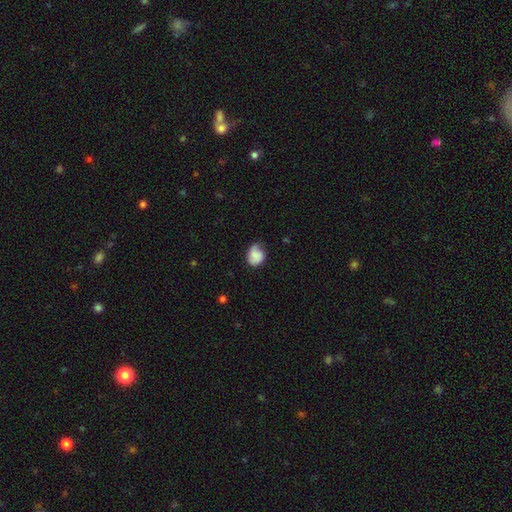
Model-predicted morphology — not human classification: Overall: smooth (64%; featured or disk 28%). How rounded: in between (52%; round 47%). Merging: none (45%; minor disturbance 38%).